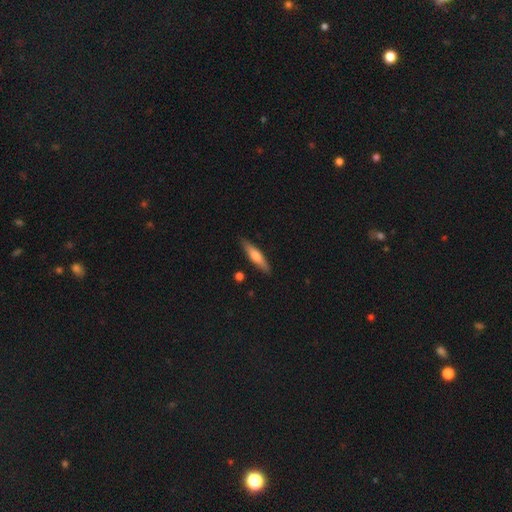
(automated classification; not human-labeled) A smooth galaxy with no disk features (54%) that is cigar-shaped (83%). Merging: none (88%).